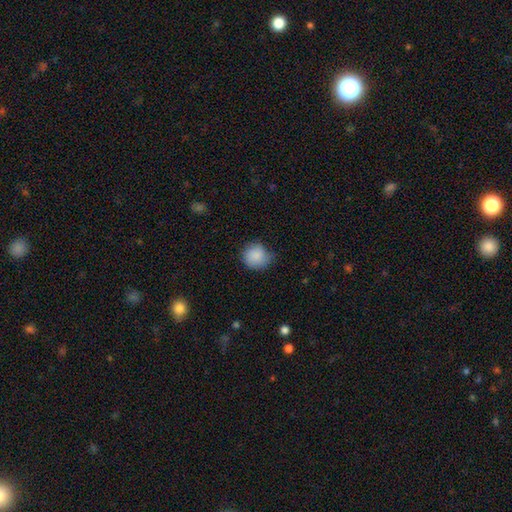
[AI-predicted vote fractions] Q: Smooth or featured?
A: smooth (87%); runner-up: star or artifact (8%)
Q: How rounded?
A: round (88%); runner-up: in between (11%)
Q: Merging?
A: none (64%); runner-up: minor disturbance (29%)